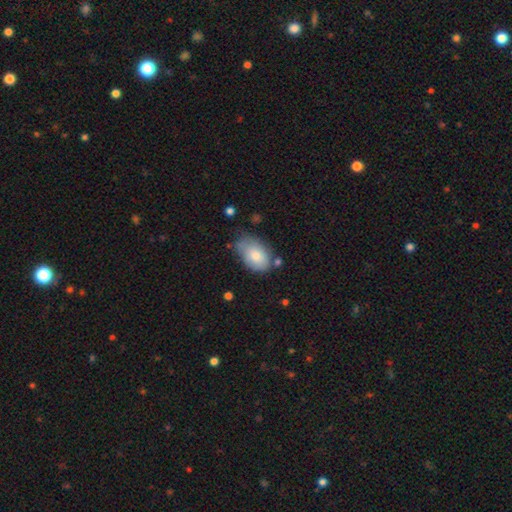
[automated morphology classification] smooth-or-featured: smooth: 77% | featured or disk: 16% | star or artifact: 7%
  how-rounded: in between: 89% | round: 10% | cigar-shaped: 1%
  merging: none: 55% | minor disturbance: 32% | major disturbance: 8% | merger: 6%